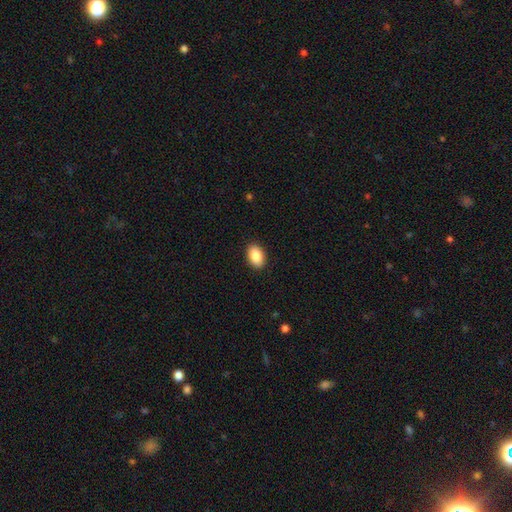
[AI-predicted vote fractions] smooth-or-featured: smooth: 88% | star or artifact: 7% | featured or disk: 5%
  how-rounded: in between: 91% | round: 8% | cigar-shaped: 1%
  merging: none: 91% | minor disturbance: 6% | major disturbance: 2% | merger: 1%